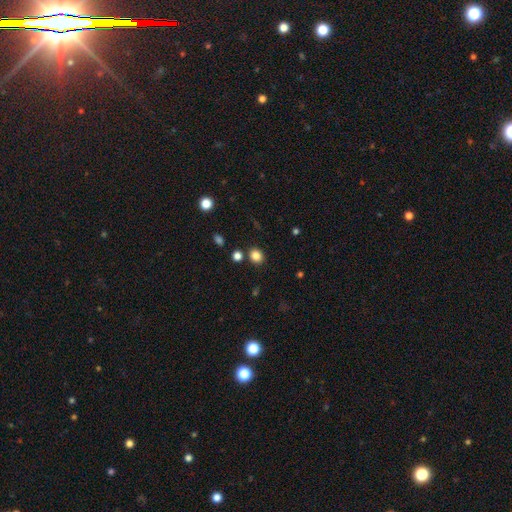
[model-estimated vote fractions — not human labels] This appears to be a smooth galaxy with no disk features (84%) that is round (63%). Merging: none (84%).